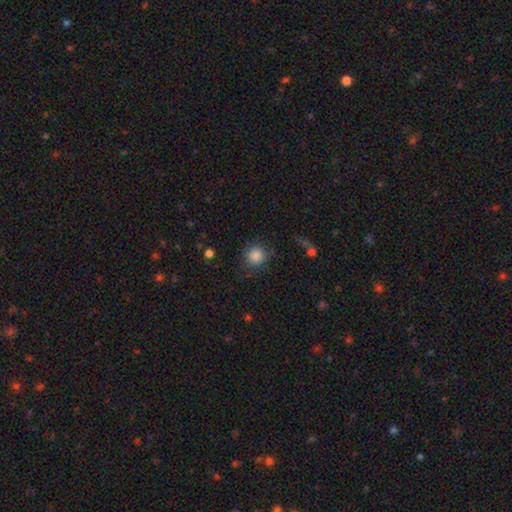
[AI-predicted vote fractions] Smooth or featured: smooth — 86% (star or artifact — 9%)
How rounded: round — 91% (in between — 8%)
Merging: none — 77% (minor disturbance — 14%)